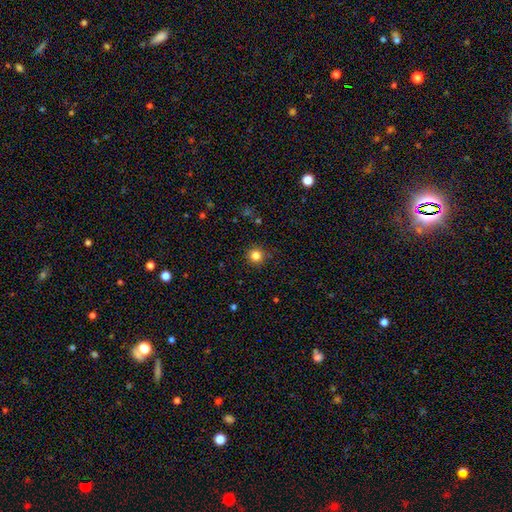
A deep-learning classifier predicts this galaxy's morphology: Smooth or featured? Predicted: smooth (p=0.83). How rounded? Predicted: round (p=0.95). Merging? Predicted: none (p=0.89).